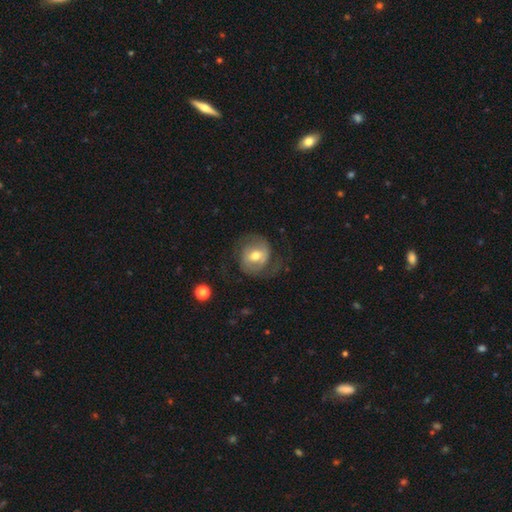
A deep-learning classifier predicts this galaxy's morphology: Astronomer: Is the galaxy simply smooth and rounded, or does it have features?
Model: featured or disk — 67%.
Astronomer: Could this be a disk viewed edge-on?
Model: no — 97%.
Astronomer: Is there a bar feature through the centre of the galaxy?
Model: weak — 44% (runner-up: no, 33%).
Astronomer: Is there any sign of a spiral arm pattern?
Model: yes — 80%.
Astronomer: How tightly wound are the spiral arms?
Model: medium — 46% (runner-up: loose, 32%).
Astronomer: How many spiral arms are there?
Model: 2 — 82%.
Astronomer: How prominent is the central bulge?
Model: moderate — 73%.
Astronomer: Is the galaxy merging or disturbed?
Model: none — 61%.